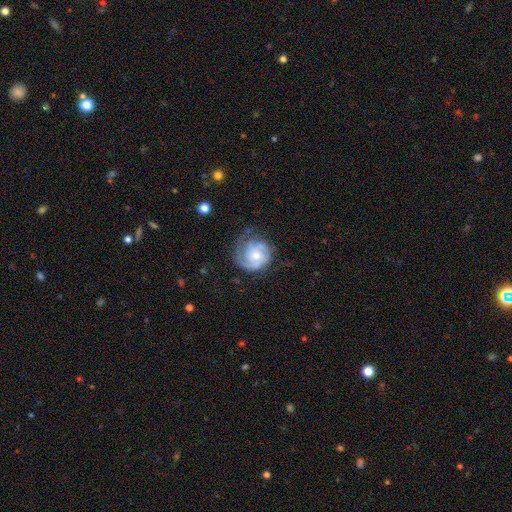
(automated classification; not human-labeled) Q: Smooth or featured?
A: featured or disk (73%); runner-up: smooth (21%)
Q: Edge-on disk?
A: no (98%); runner-up: yes (2%)
Q: Bar?
A: no (71%); runner-up: weak (26%)
Q: Spiral arms?
A: yes (92%); runner-up: no (8%)
Q: Spiral winding?
A: tight (53%); runner-up: medium (34%)
Q: Spiral arm count?
A: 2 (37%); runner-up: can't tell (23%)
Q: Bulge size?
A: moderate (54%); runner-up: small (34%)
Q: Merging?
A: none (54%); runner-up: minor disturbance (25%)